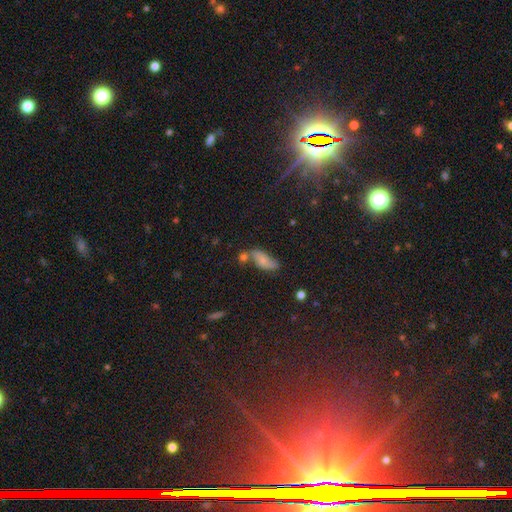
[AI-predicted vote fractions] smooth-or-featured: smooth: 35% | star or artifact: 34% | featured or disk: 30%
  merging: none: 59% | minor disturbance: 19% | merger: 12% | major disturbance: 9%